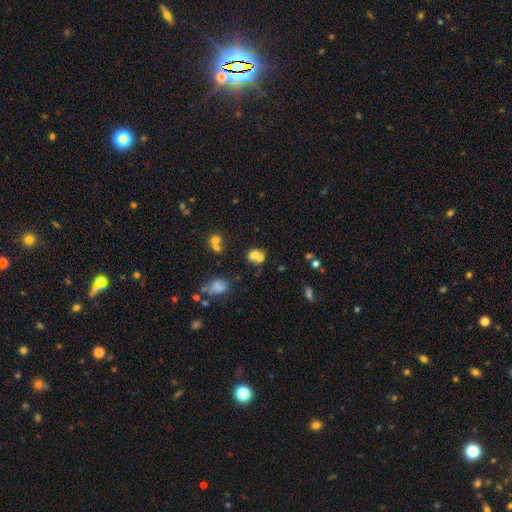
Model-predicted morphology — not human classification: Smooth or featured? smooth (67%)
How rounded? round (64%)
Merging? merger (47%)